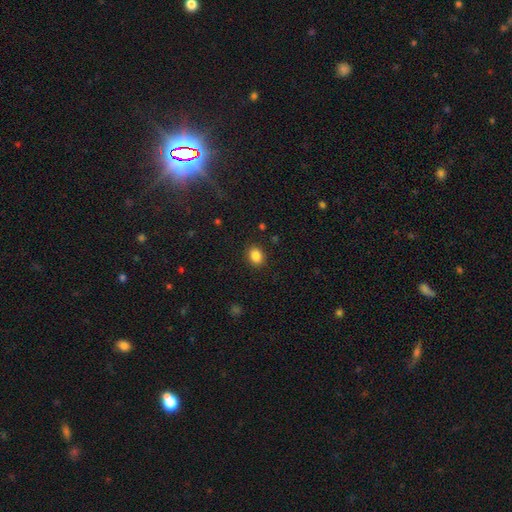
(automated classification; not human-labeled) Q: Smooth or featured?
A: smooth (86%); runner-up: star or artifact (9%)
Q: How rounded?
A: in between (54%); runner-up: round (45%)
Q: Merging?
A: none (89%); runner-up: minor disturbance (8%)